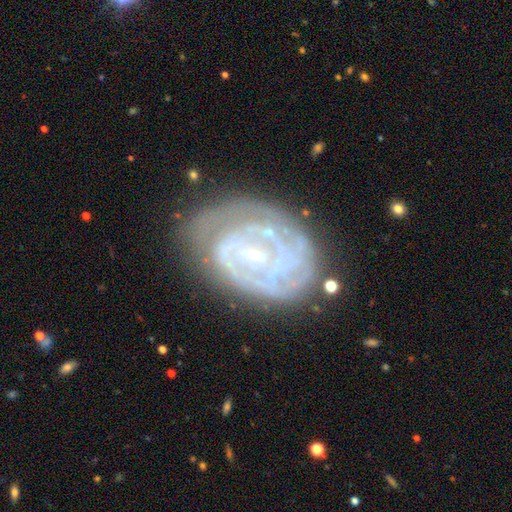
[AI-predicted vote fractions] Overall: featured or disk (83%). Edge-on disk: no (97%). Bar: weak (42%; no 39%). Spiral arms: yes (92%). Spiral arm count: can't tell (36%; 2 29%). Spiral winding: tight (76%). Bulge size: small (77%). Merging: none (67%).